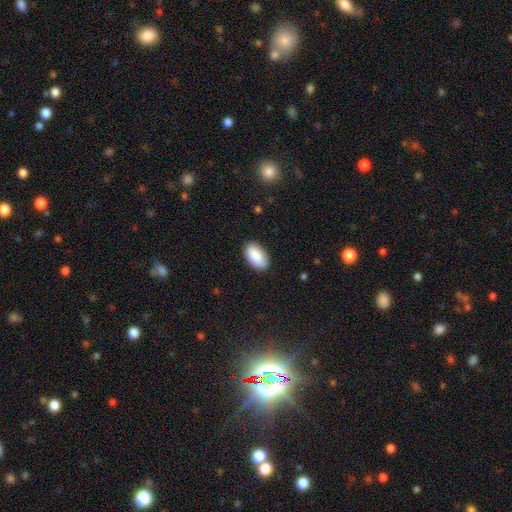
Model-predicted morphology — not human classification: Q: Smooth or featured?
A: smooth (89%); runner-up: star or artifact (6%)
Q: How rounded?
A: in between (95%); runner-up: round (3%)
Q: Merging?
A: none (86%); runner-up: minor disturbance (10%)